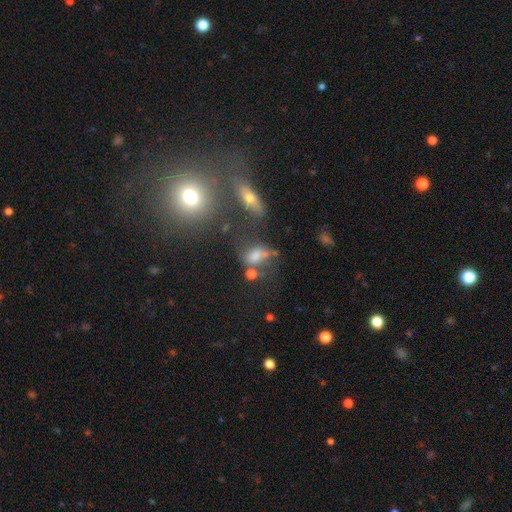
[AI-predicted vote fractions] Overall: smooth (55%; featured or disk 23%). How rounded: in between (69%). Merging: none (41%; merger 22%).